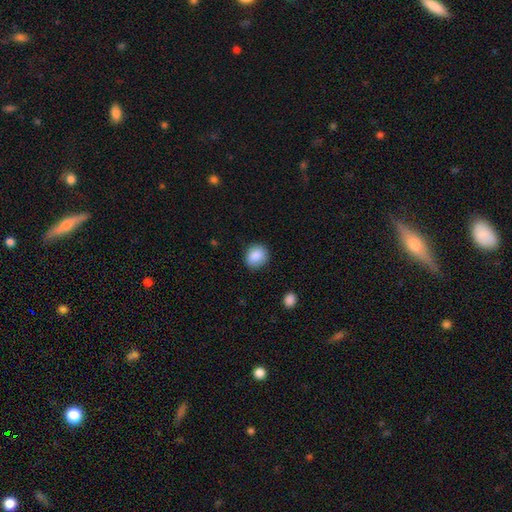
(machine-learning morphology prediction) A smooth galaxy with no disk features (88%) that is round (76%). Merging: none (86%).